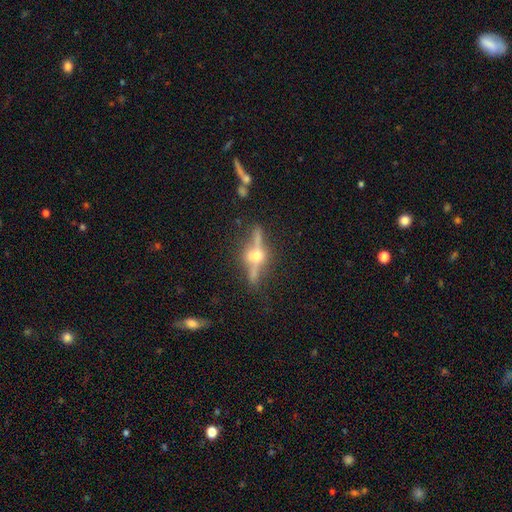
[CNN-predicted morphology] Overall: featured or disk (79%). Edge-on disk: yes (93%). Edge-on bulge: rounded (96%). Merging: none (78%).